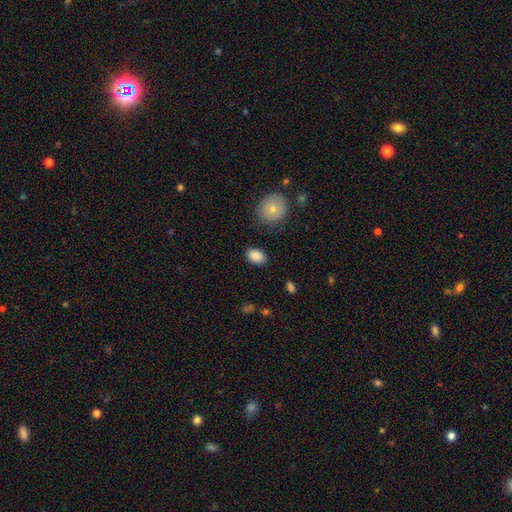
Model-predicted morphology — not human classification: Smooth or featured?
  - smooth: 87% *
  - star or artifact: 8%
  - featured or disk: 5%
How rounded?
  - in between: 77% *
  - round: 22%
  - cigar-shaped: 1%
Merging?
  - none: 85% *
  - minor disturbance: 10%
  - major disturbance: 3%
  - merger: 2%